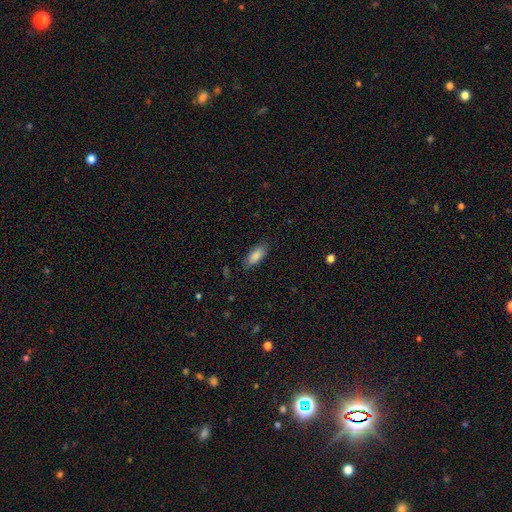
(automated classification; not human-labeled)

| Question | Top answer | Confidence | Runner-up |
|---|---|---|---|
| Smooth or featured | smooth | 86% | featured or disk (8%) |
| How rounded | in between | 79% | cigar-shaped (19%) |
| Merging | none | 82% | minor disturbance (14%) |